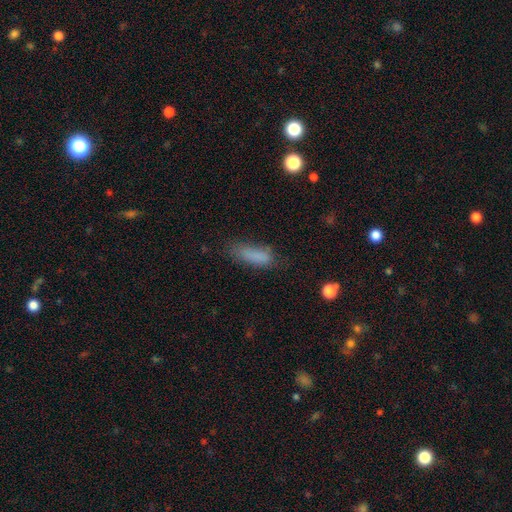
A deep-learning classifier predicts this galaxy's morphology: type=smooth (81%); roundness=in between (52%); merging=none (59%).